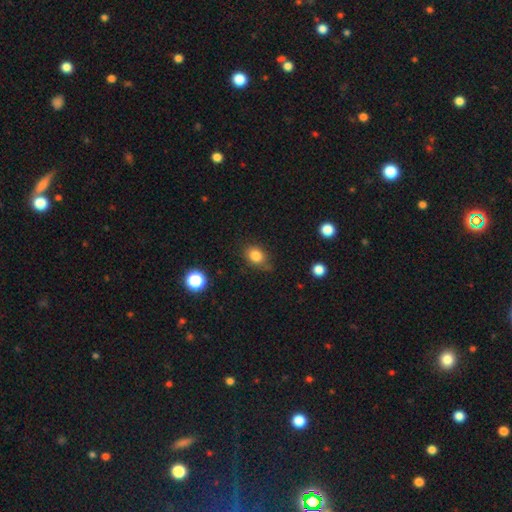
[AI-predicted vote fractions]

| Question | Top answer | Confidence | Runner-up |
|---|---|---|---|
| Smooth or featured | smooth | 82% | star or artifact (11%) |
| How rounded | in between | 57% | round (42%) |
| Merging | none | 71% | minor disturbance (22%) |